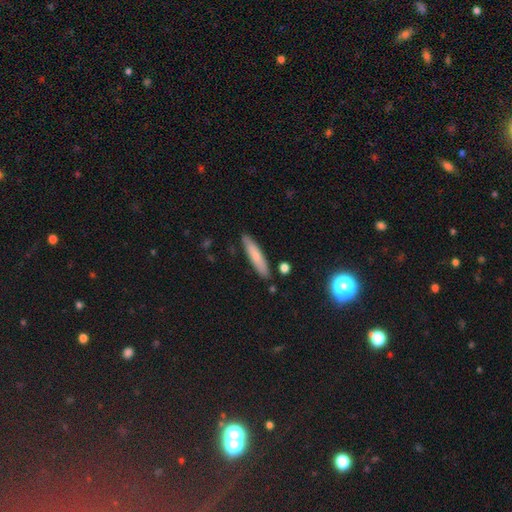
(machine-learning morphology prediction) smooth_or_featured: smooth (p=0.72) [alt: featured or disk p=0.21]
how_rounded: cigar-shaped (p=0.85) [alt: in between p=0.13]
merging: none (p=0.85) [alt: minor disturbance p=0.10]